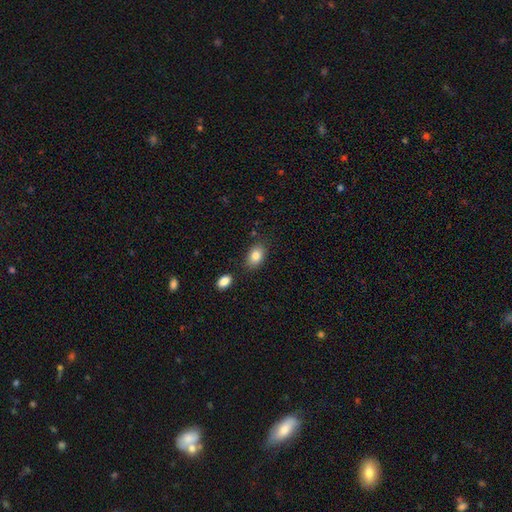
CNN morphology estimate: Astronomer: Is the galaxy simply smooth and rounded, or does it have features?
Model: smooth — 84%.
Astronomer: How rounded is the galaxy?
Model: in between — 86%.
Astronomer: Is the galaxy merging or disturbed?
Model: none — 79%.